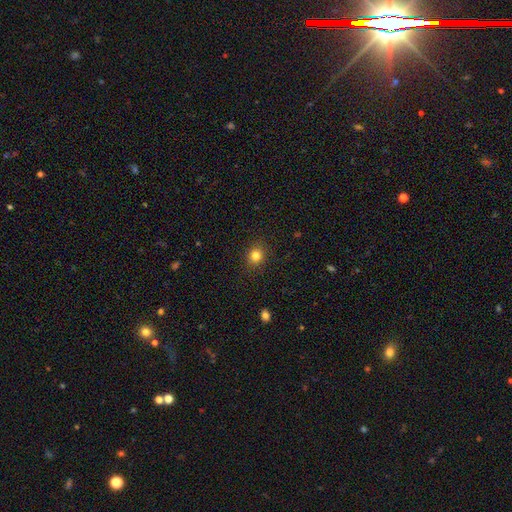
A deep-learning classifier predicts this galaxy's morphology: Smooth or featured: smooth — 81% (star or artifact — 13%)
How rounded: round — 79% (in between — 20%)
Merging: none — 89% (minor disturbance — 7%)